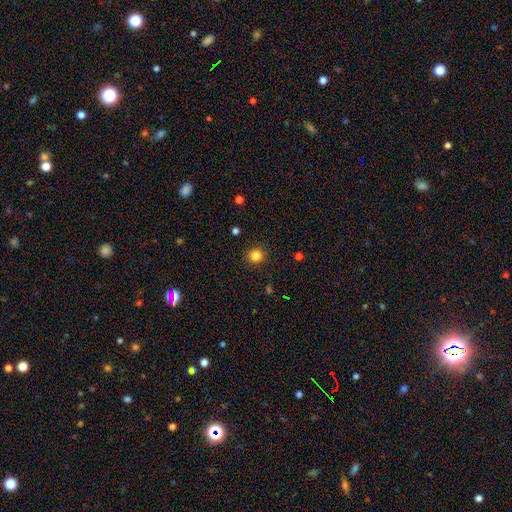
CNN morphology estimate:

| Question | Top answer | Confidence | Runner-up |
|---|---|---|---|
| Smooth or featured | smooth | 83% | star or artifact (13%) |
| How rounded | round | 91% | in between (8%) |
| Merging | none | 91% | minor disturbance (6%) |